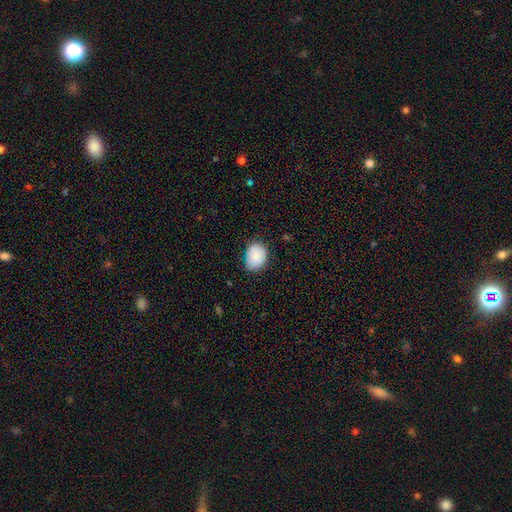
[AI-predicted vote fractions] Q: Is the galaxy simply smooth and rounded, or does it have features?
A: smooth — 84%.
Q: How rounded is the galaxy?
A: in between — 62%.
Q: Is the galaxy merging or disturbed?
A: none — 69%.